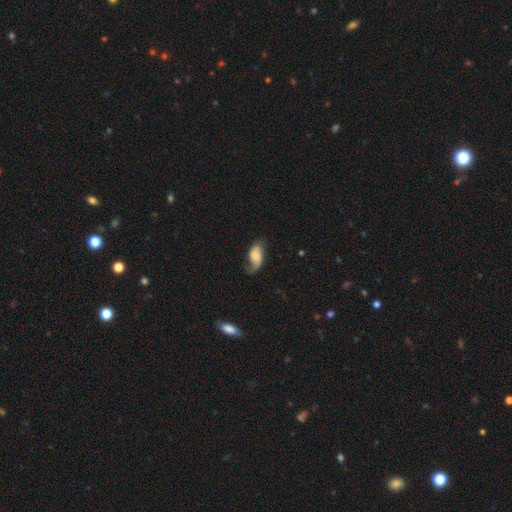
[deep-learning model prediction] Smooth or featured? Predicted: featured or disk (p=0.47). Merging? Predicted: none (p=0.48).